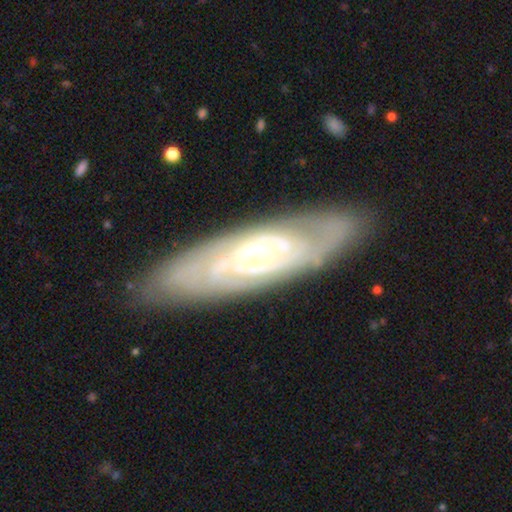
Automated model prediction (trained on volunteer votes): A featured or disk galaxy (84%) with no bar (65%), tight (71%) spiral arms (92%) and a small central bulge (60%). Merging: none (83%).